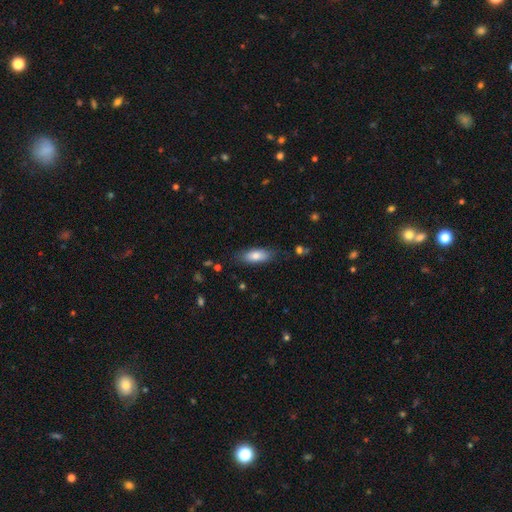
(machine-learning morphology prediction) Q: Smooth or featured?
A: smooth (78%); runner-up: featured or disk (15%)
Q: How rounded?
A: in between (75%); runner-up: cigar-shaped (23%)
Q: Merging?
A: none (78%); runner-up: minor disturbance (16%)